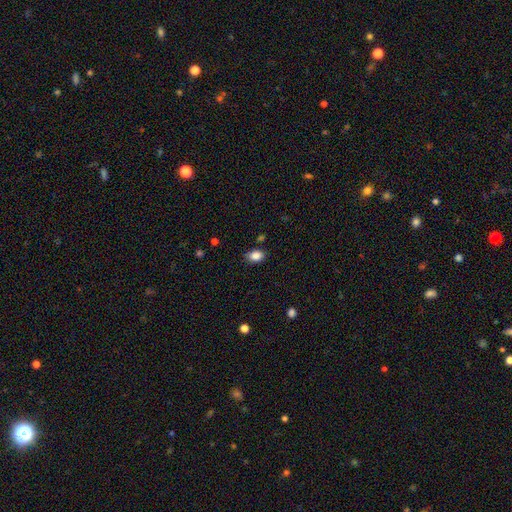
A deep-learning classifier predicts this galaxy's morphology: smooth 87%, star or artifact 9%, featured or disk 5%. Down the decision tree: how rounded — in between (80%); merging — none (82%).